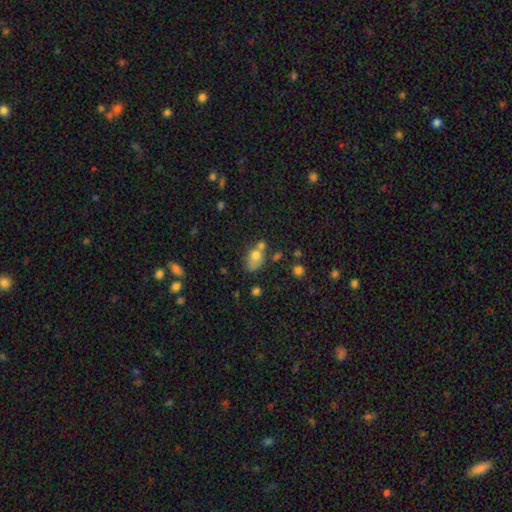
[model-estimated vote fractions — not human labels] Smooth or featured: smooth — 72% (featured or disk — 16%)
How rounded: in between — 67% (round — 31%)
Merging: merger — 36% (none — 34%)